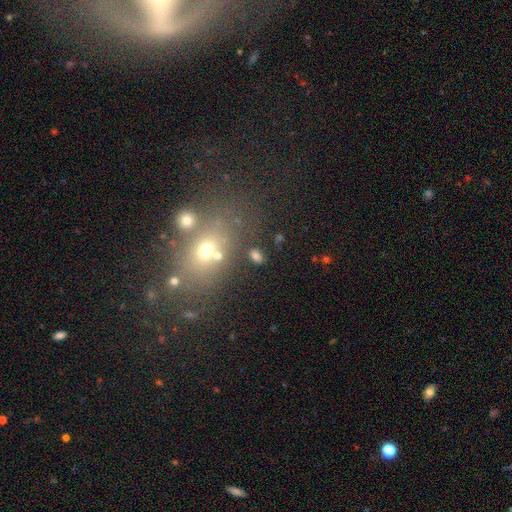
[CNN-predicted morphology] Smooth or featured? smooth (74%)
How rounded? in between (81%)
Merging? none (75%)